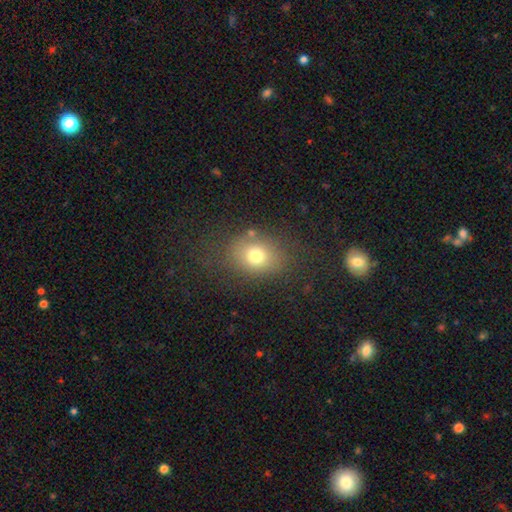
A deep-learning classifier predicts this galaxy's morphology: A smooth galaxy with no disk features (74%) that is in between round and cigar-shaped (52%). Merging: none (74%).